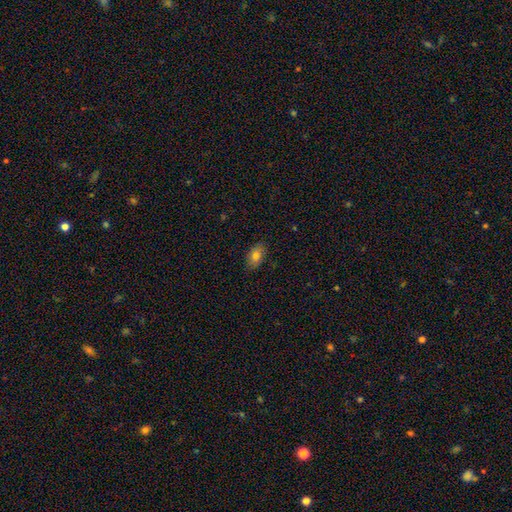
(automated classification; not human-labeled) Smooth or featured: smooth — 80% (featured or disk — 12%)
How rounded: in between — 91% (round — 6%)
Merging: none — 86% (minor disturbance — 11%)